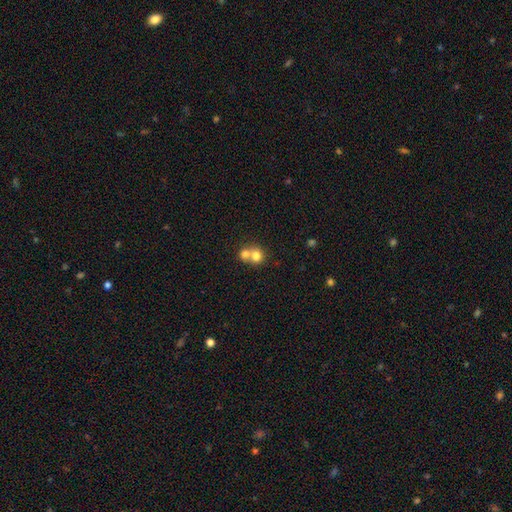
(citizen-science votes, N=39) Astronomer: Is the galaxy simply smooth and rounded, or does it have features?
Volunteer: smooth — 77%.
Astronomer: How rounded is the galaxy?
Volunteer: round — 73%.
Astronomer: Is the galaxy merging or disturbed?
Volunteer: merger — 59% (runner-up: none, 41%).